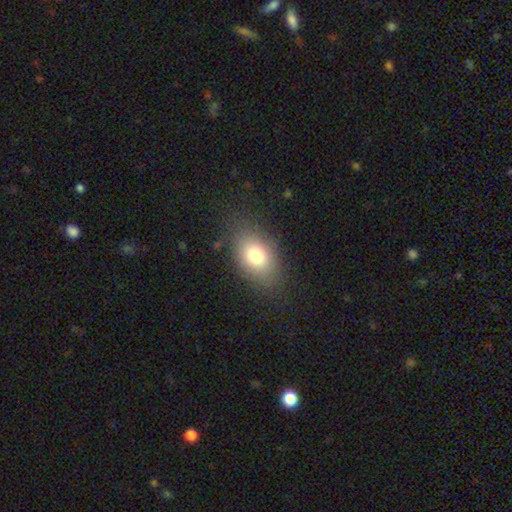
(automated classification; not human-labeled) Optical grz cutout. It shows a smooth galaxy with no disk features (76%) that is in between round and cigar-shaped (79%). Merging: none (78%).